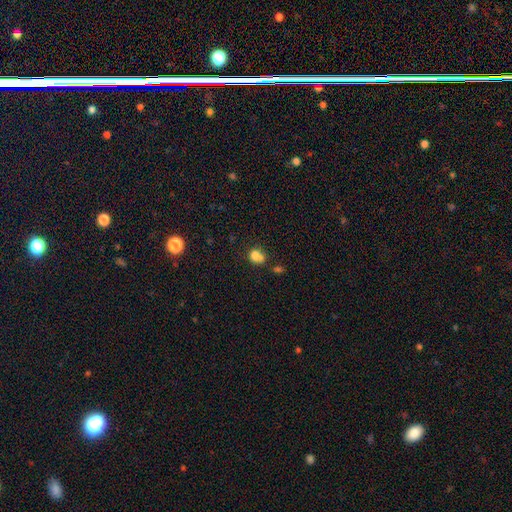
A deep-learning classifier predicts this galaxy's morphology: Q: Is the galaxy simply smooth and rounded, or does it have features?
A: smooth — 76%.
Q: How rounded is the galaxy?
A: round — 62%.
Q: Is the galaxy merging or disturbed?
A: none — 37%.